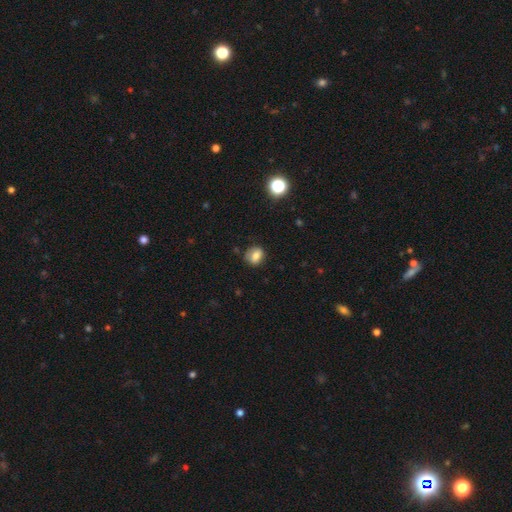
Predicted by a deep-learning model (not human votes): smooth-or-featured: smooth: 76% | featured or disk: 12% | star or artifact: 11%
  how-rounded: round: 57% | in between: 42% | cigar-shaped: 1%
  merging: none: 72% | minor disturbance: 20% | major disturbance: 6% | merger: 2%